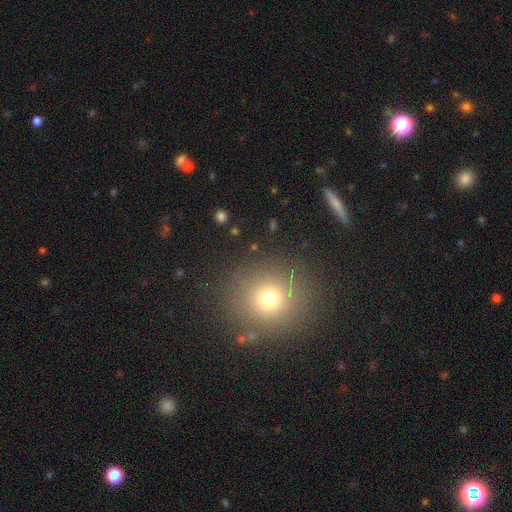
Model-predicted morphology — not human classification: Smooth or featured? Predicted: smooth (p=0.67). How rounded? Predicted: round (p=0.85). Merging? Predicted: none (p=0.87).